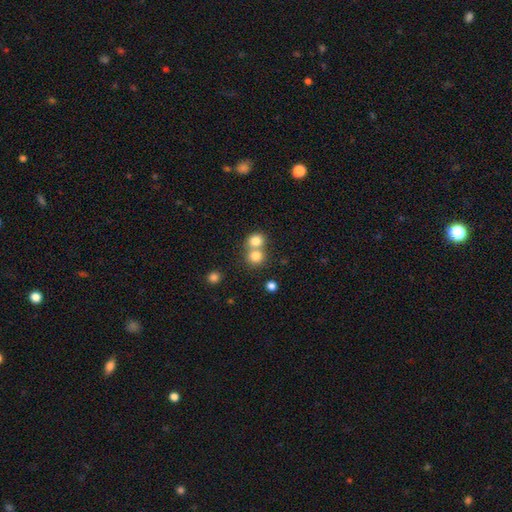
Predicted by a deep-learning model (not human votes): Q: Smooth or featured?
A: smooth (79%); runner-up: star or artifact (12%)
Q: How rounded?
A: round (84%); runner-up: in between (15%)
Q: Merging?
A: merger (52%); runner-up: none (41%)